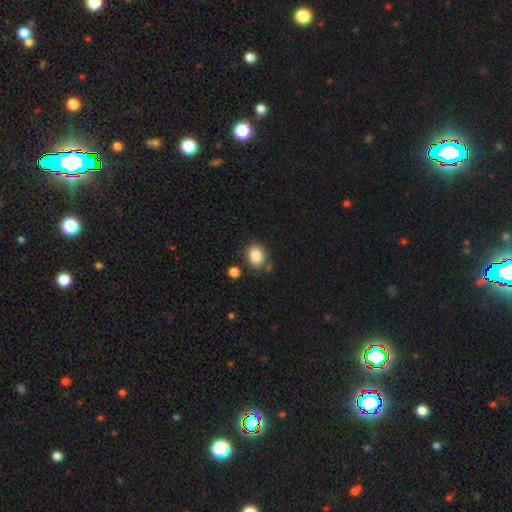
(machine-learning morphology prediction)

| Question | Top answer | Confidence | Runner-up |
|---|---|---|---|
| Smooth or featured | smooth | 87% | star or artifact (9%) |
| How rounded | in between | 55% | round (44%) |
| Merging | none | 76% | minor disturbance (13%) |